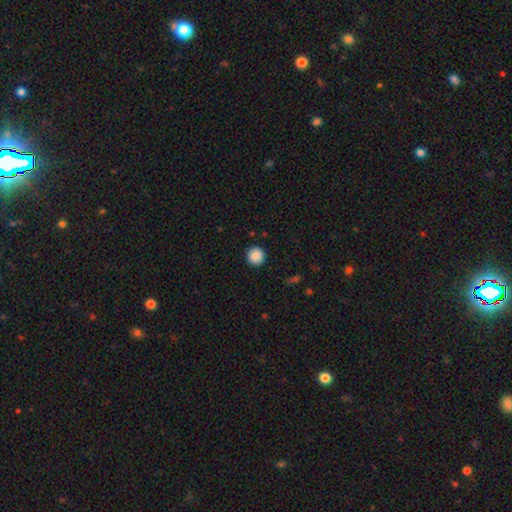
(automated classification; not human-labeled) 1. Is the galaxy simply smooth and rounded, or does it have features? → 89% smooth, 9% star or artifact, 3% featured or disk.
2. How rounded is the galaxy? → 95% round, 4% in between, 1% cigar-shaped.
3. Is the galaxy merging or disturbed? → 92% none, 5% minor disturbance, 2% major disturbance, 1% merger.